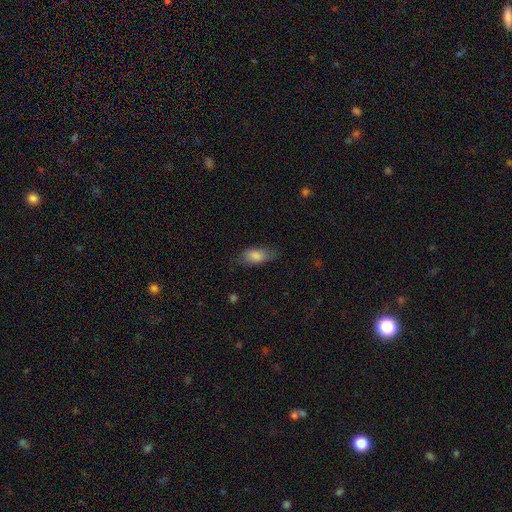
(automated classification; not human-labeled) Smooth or featured? smooth (83%)
How rounded? in between (86%)
Merging? none (69%)